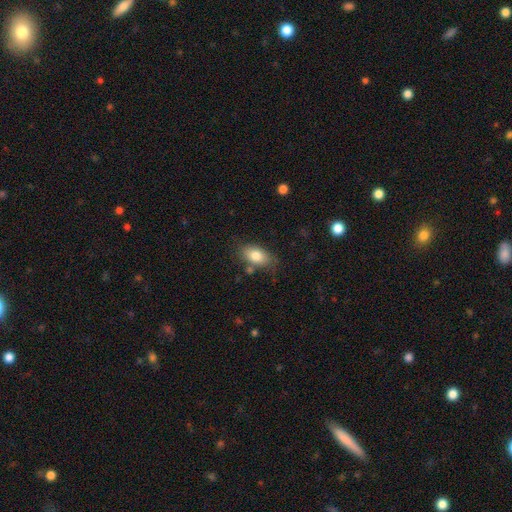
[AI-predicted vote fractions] Smooth or featured: smooth — 81% (featured or disk — 12%)
How rounded: in between — 90% (round — 7%)
Merging: none — 76% (minor disturbance — 15%)